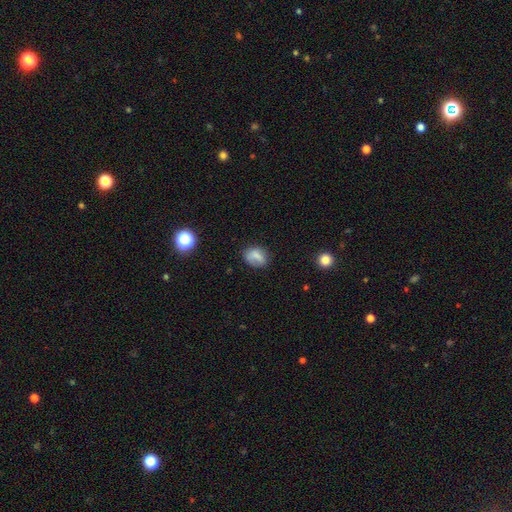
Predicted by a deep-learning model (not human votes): This appears to be a smooth galaxy with no disk features (75%) that is in between round and cigar-shaped (60%). Merging: none (64%).